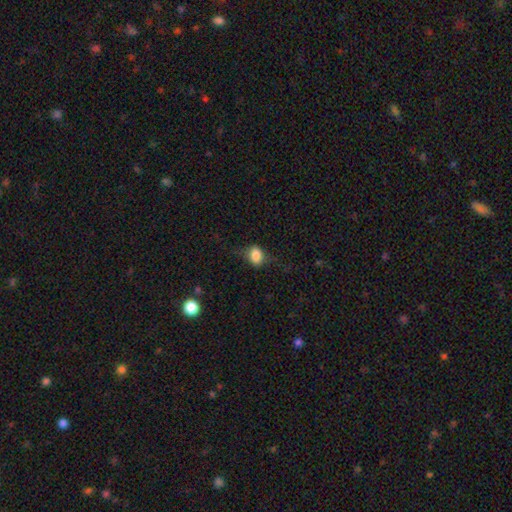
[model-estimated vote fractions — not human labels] Morphology: type=smooth (78%); roundness=in between (66%); merging=none (64%).